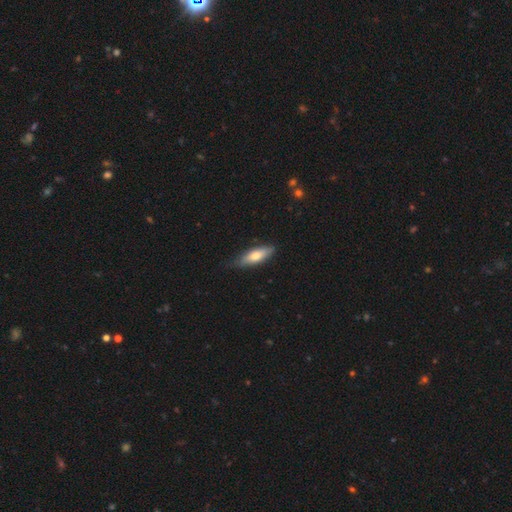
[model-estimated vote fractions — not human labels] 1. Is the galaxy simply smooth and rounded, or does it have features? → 69% smooth, 26% featured or disk, 5% star or artifact.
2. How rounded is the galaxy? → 51% in between, 47% cigar-shaped, 2% round.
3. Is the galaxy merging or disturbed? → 76% none, 20% minor disturbance, 3% major disturbance, 1% merger.